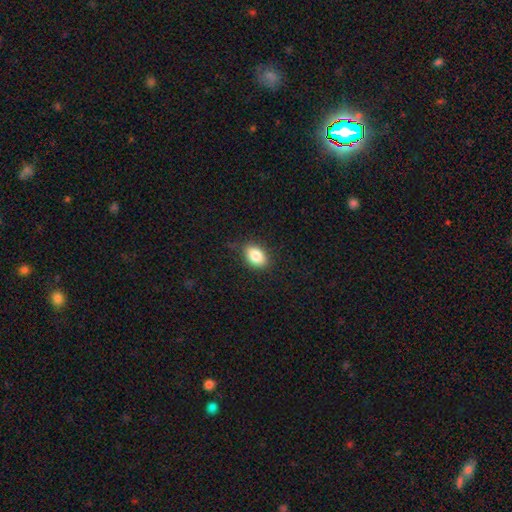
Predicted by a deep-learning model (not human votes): smooth-or-featured: smooth: 84% | star or artifact: 8% | featured or disk: 8%
  how-rounded: in between: 84% | round: 15% | cigar-shaped: 2%
  merging: none: 82% | minor disturbance: 14% | major disturbance: 3% | merger: 1%